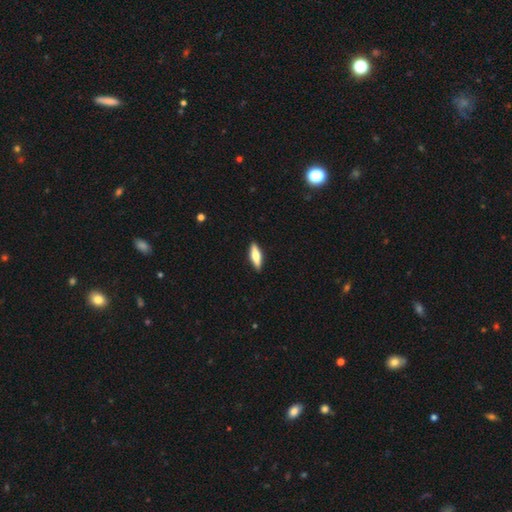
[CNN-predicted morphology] This appears to be a smooth galaxy with no disk features (59%) that is cigar-shaped (55%). Merging: none (90%).